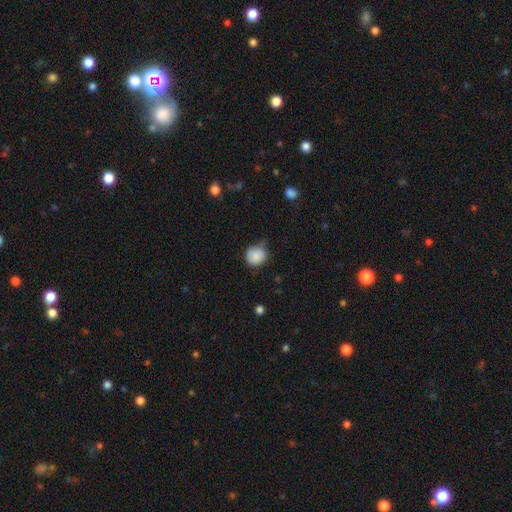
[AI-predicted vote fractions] Overall: smooth (86%). How rounded: round (86%). Merging: none (58%; minor disturbance 32%).